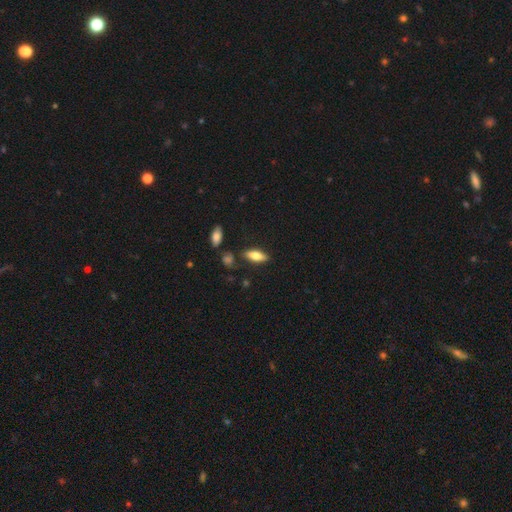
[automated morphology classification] Smooth or featured? Predicted: smooth (p=0.68). How rounded? Predicted: in between (p=0.70). Merging? Predicted: none (p=0.78).